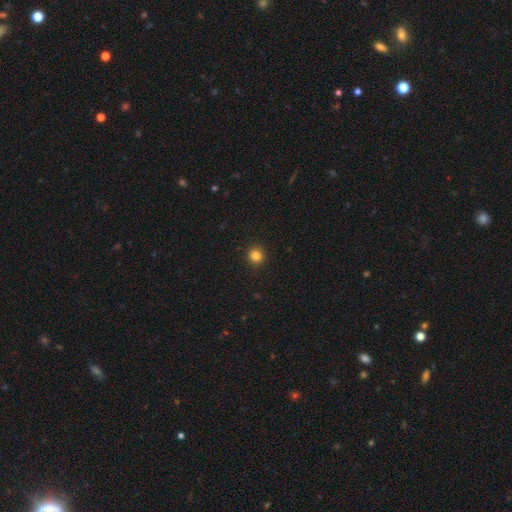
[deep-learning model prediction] smooth 84%, star or artifact 12%, featured or disk 4%. Down the decision tree: how rounded — round (92%); merging — none (93%).